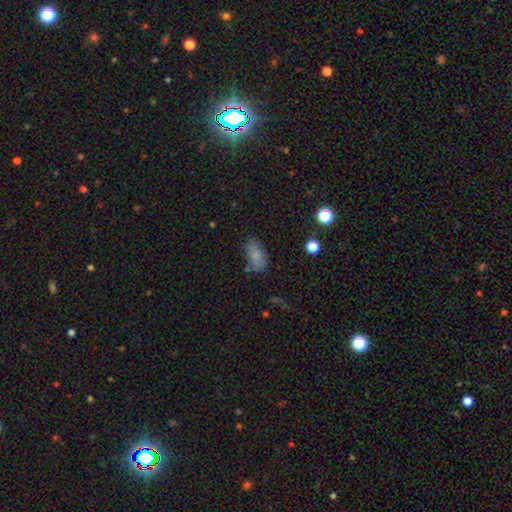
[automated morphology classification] The model was most divided on "merging": none: 65%, minor disturbance: 23%, major disturbance: 7%, merger: 5%. More confident: how rounded — in between (90%); smooth or featured — smooth (76%).